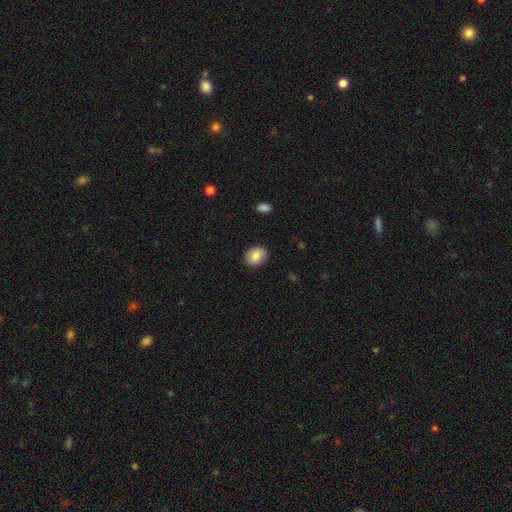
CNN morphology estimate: Smooth or featured: smooth — 81% (featured or disk — 12%)
How rounded: in between — 53% (round — 46%)
Merging: none — 87% (minor disturbance — 10%)